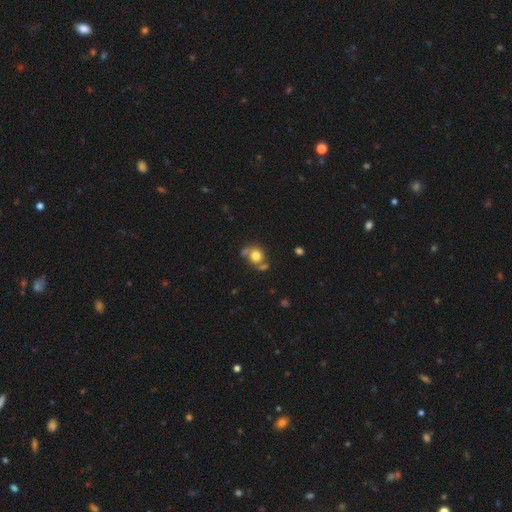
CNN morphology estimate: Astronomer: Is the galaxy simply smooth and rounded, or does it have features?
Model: smooth — 75%.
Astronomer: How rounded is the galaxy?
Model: round — 78%.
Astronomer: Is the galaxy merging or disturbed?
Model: none — 55%.